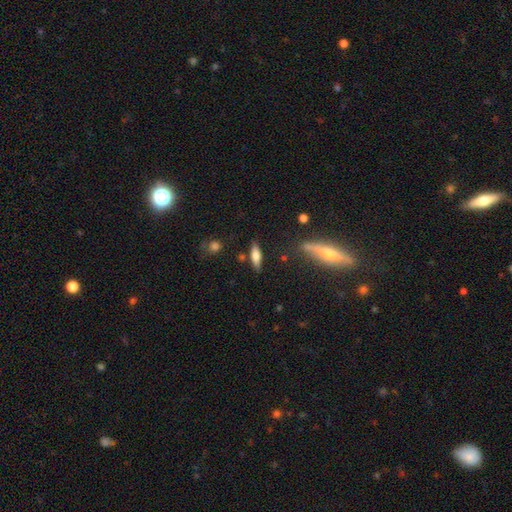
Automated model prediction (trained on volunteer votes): A smooth galaxy with no disk features (63%) that is in between round and cigar-shaped (51%). Merging: none (79%).